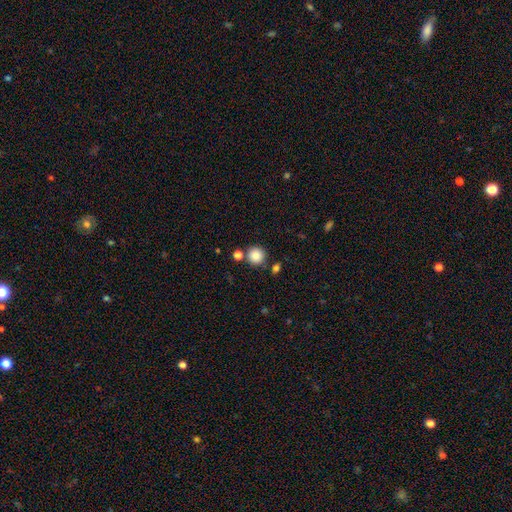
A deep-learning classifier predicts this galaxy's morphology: smooth 86%, star or artifact 10%, featured or disk 4%. Down the decision tree: how rounded — round (94%); merging — none (80%).